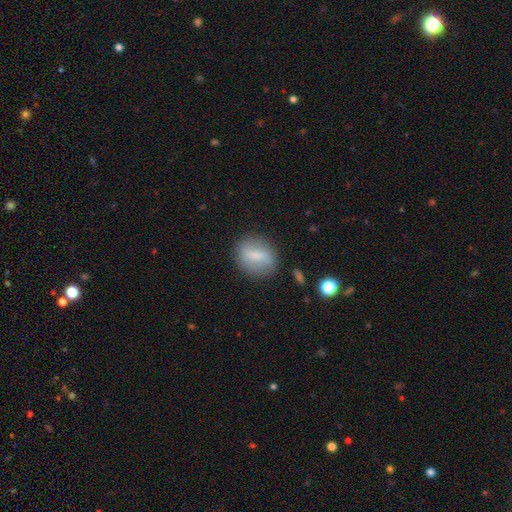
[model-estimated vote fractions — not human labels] Smooth or featured: smooth — 58% (featured or disk — 34%)
How rounded: in between — 51% (round — 45%)
Merging: none — 78% (minor disturbance — 15%)